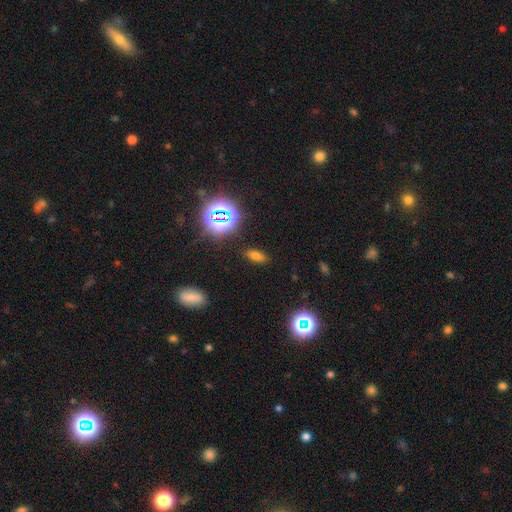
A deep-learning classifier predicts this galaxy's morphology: This is likely a smooth galaxy (64%). How rounded: clearly in between (80%). Merging: clearly none (86%).